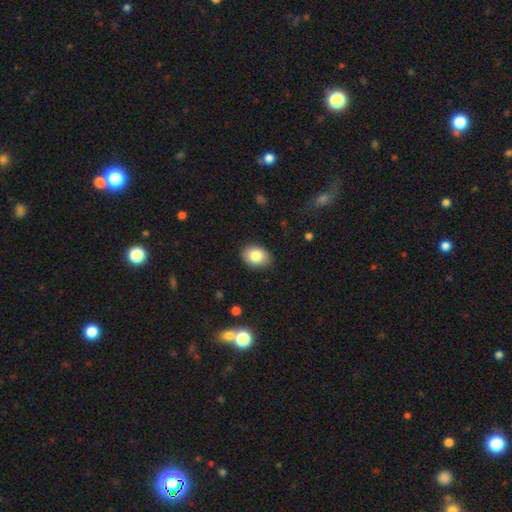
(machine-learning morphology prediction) A smooth galaxy with no disk features (83%) that is in between round and cigar-shaped (72%). Merging: none (87%).